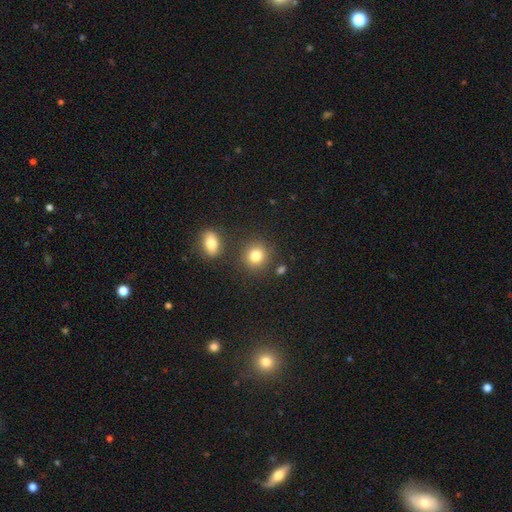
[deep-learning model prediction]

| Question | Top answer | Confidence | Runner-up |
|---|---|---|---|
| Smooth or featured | smooth | 83% | star or artifact (11%) |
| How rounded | round | 83% | in between (15%) |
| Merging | none | 81% | minor disturbance (8%) |